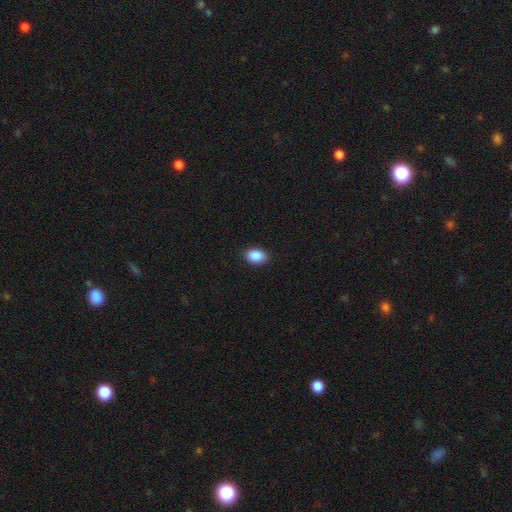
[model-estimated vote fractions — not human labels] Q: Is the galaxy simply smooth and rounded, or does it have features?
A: smooth — 90%.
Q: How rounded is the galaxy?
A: in between — 84%.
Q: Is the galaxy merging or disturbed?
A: none — 89%.